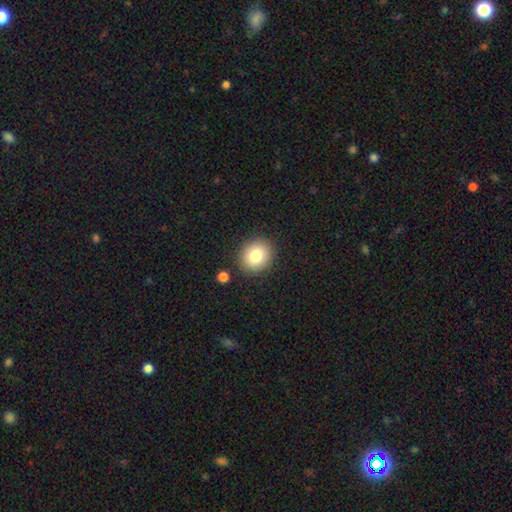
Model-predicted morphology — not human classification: Smooth or featured? smooth (80%)
How rounded? round (80%)
Merging? none (88%)